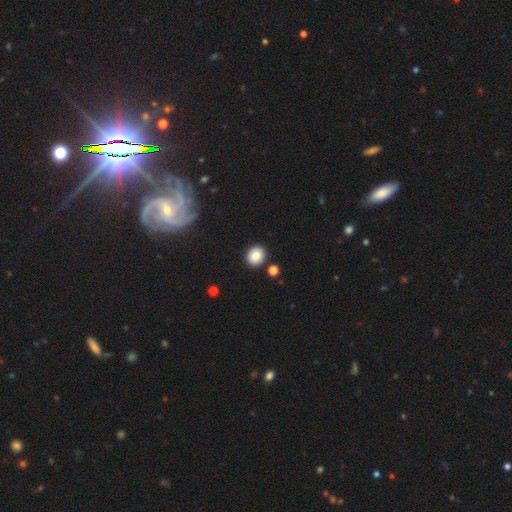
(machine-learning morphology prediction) A smooth galaxy with no disk features (82%) that is round (79%). Merging: none (88%).